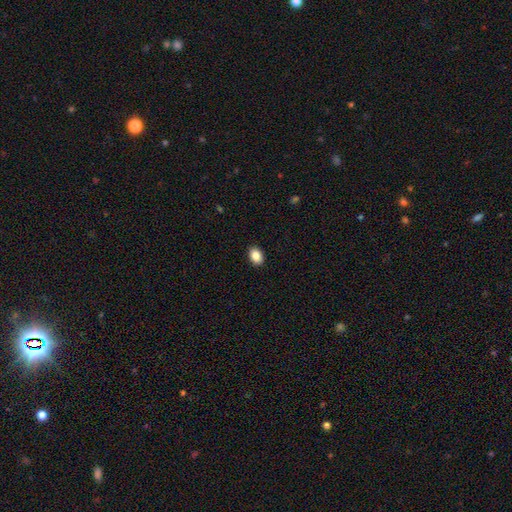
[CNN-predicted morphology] smooth_or_featured: smooth (p=0.86) [alt: star or artifact p=0.09]
how_rounded: in between (p=0.74) [alt: round p=0.25]
merging: none (p=0.91) [alt: minor disturbance p=0.07]